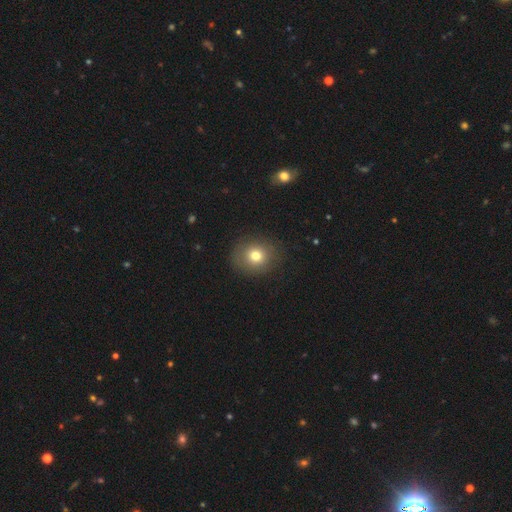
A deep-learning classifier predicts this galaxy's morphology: Overall: smooth (75%). How rounded: round (76%). Merging: none (86%).